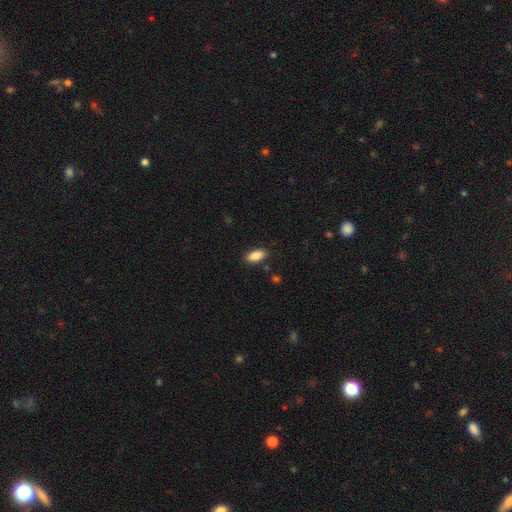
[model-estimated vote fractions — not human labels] This appears to be a smooth galaxy with no disk features (87%) that is in between round and cigar-shaped (89%). Merging: none (87%).